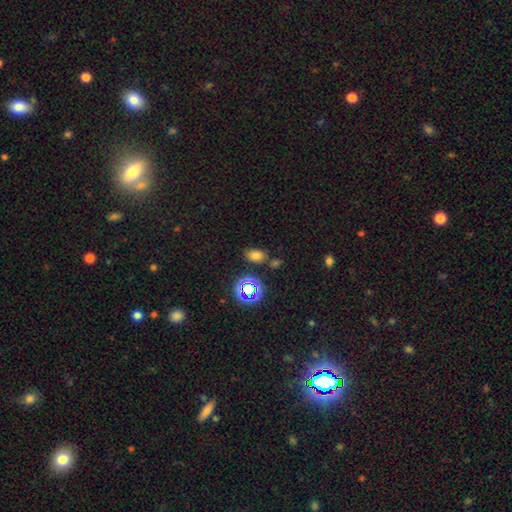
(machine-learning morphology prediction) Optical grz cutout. It shows a smooth galaxy with no disk features (69%) that is in between round and cigar-shaped (81%). Merging: none (72%).